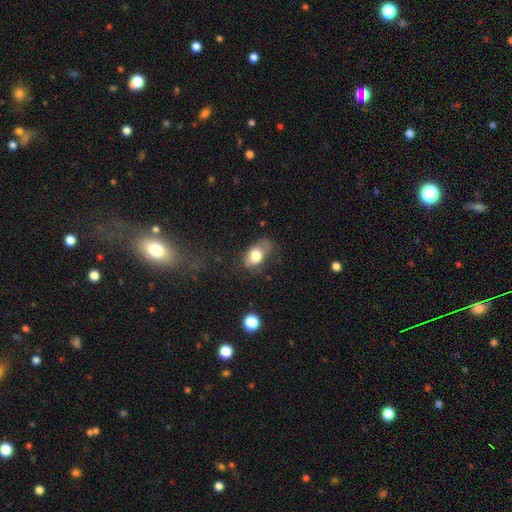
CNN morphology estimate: smooth_or_featured: smooth (p=0.71) [alt: featured or disk p=0.22]
how_rounded: in between (p=0.87) [alt: round p=0.11]
merging: none (p=0.56) [alt: minor disturbance p=0.27]